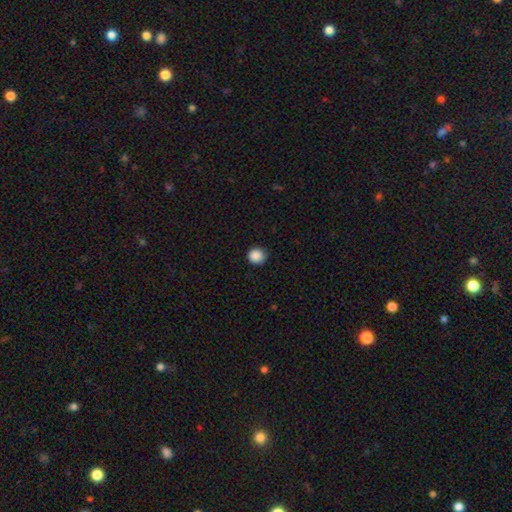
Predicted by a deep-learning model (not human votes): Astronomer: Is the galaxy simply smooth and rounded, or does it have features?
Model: smooth — 88%.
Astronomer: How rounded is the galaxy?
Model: round — 91%.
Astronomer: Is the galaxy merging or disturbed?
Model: none — 90%.